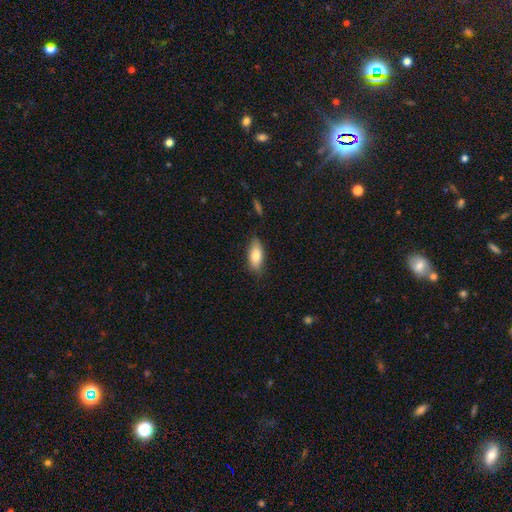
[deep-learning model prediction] A smooth galaxy with no disk features (78%) that is in between round and cigar-shaped (81%).

Vote fractions:
- Smooth or featured? smooth: 78% / featured or disk: 16% / star or artifact: 7%
- How rounded? in between: 81% / cigar-shaped: 16% / round: 3%
- Merging? none: 78% / minor disturbance: 17% / major disturbance: 3% / merger: 2%